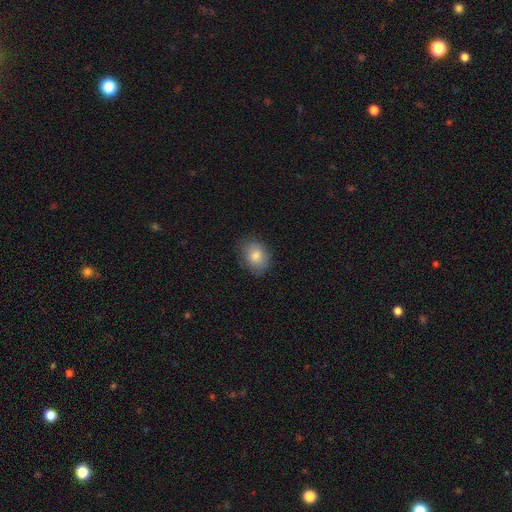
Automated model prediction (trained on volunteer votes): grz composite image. It shows a smooth galaxy with no disk features (82%) that is in between round and cigar-shaped (61%). Merging: none (79%).